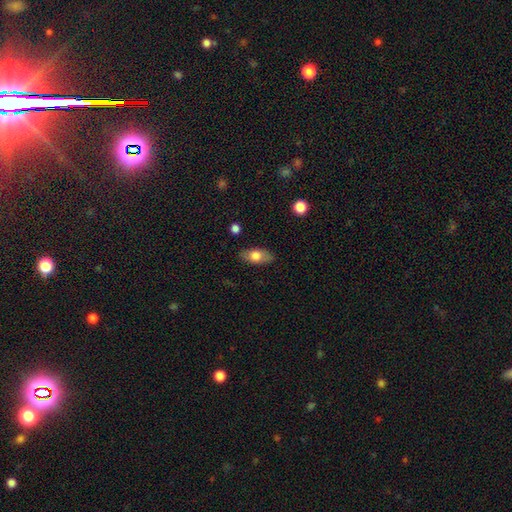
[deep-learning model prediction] A smooth galaxy with no disk features (70%) that is in between round and cigar-shaped (87%).

Vote fractions:
- Smooth or featured? smooth: 70% / featured or disk: 23% / star or artifact: 7%
- How rounded? in between: 87% / cigar-shaped: 8% / round: 5%
- Merging? none: 84% / minor disturbance: 12% / major disturbance: 3% / merger: 1%